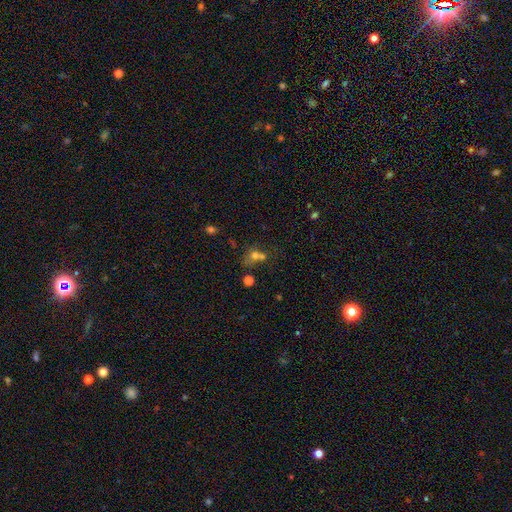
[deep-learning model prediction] Overall: smooth (64%). How rounded: round (69%; in between 30%). Merging: merger (51%; none 33%).